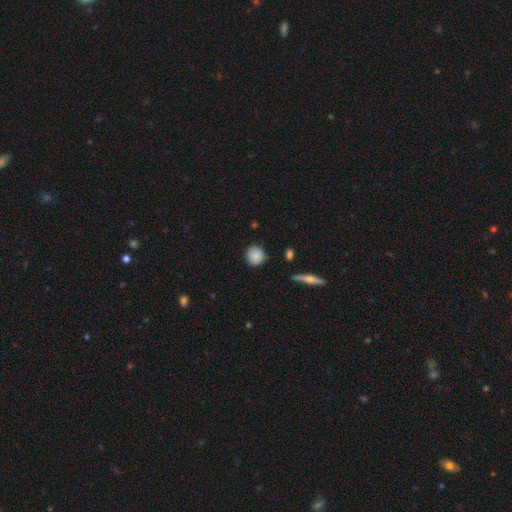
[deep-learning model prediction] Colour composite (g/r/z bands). It shows a smooth galaxy with no disk features (86%) that is round (89%). Merging: none (86%).